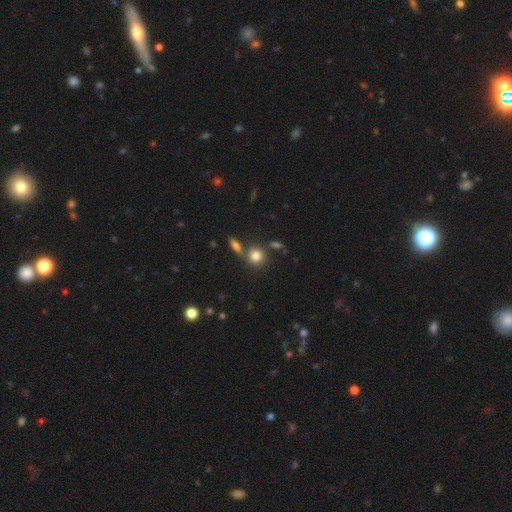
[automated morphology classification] Smooth or featured?
  - smooth: 81% *
  - star or artifact: 11%
  - featured or disk: 8%
How rounded?
  - round: 83% *
  - in between: 15%
  - cigar-shaped: 2%
Merging?
  - none: 64% *
  - merger: 22%
  - minor disturbance: 10%
  - major disturbance: 4%